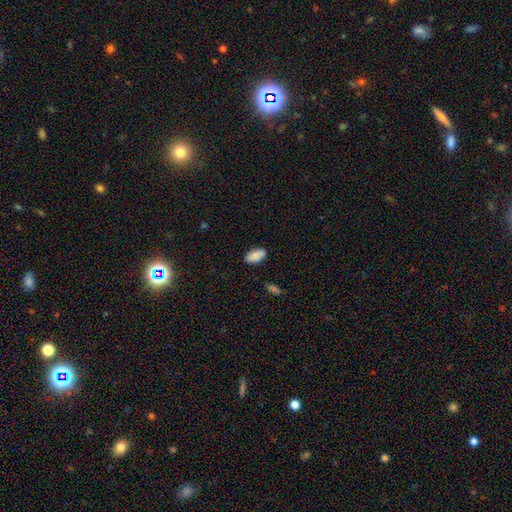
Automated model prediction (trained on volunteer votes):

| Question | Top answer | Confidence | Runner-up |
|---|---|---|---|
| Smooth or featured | smooth | 87% | star or artifact (7%) |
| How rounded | in between | 94% | cigar-shaped (3%) |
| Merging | none | 84% | minor disturbance (12%) |